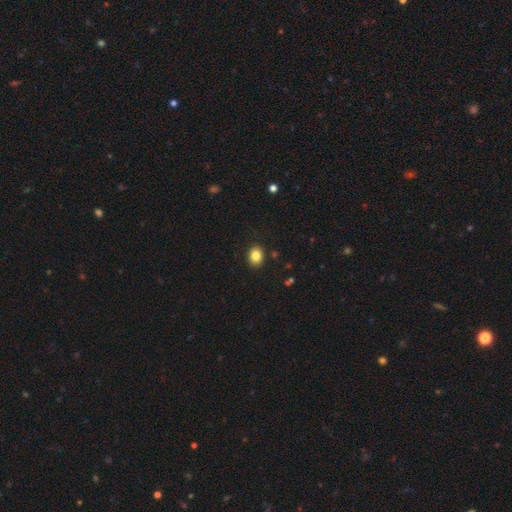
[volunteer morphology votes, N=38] smooth-or-featured: smooth: 87% | star or artifact: 11% | featured or disk: 3%
  how-rounded: in between: 58% | round: 42% | cigar-shaped: 0%
  merging: none: 82% | minor disturbance: 15% | major disturbance: 3% | merger: 0%